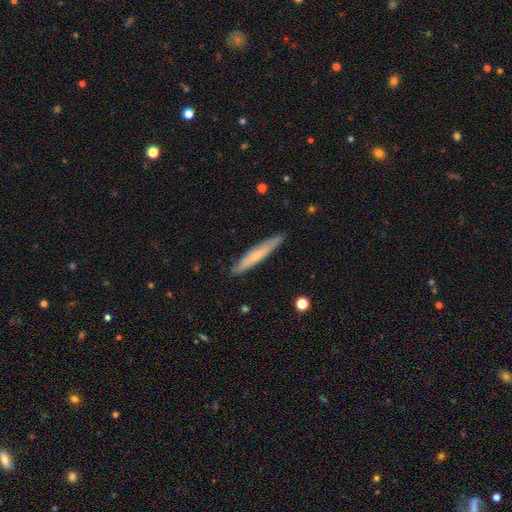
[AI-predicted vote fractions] Q: Smooth or featured?
A: smooth (50%); runner-up: featured or disk (44%)
Q: Merging?
A: none (87%); runner-up: minor disturbance (10%)